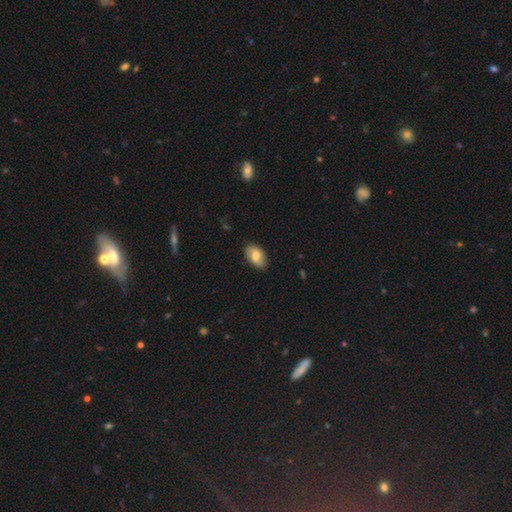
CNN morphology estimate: A smooth galaxy with no disk features (70%) that is in between round and cigar-shaped (92%). Merging: none (82%).